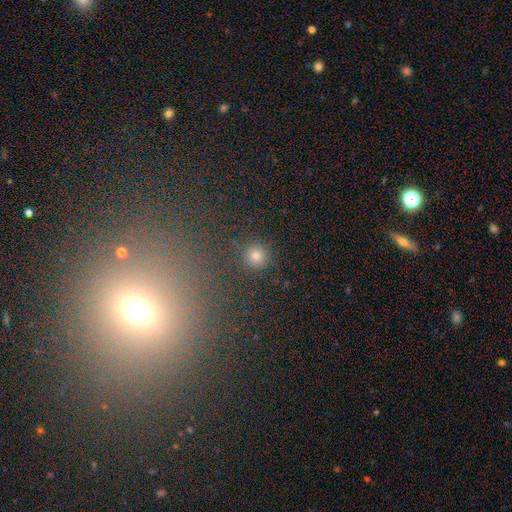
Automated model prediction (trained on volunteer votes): This is likely a smooth galaxy (72%). How rounded: clearly round (95%). Merging: clearly none (91%).